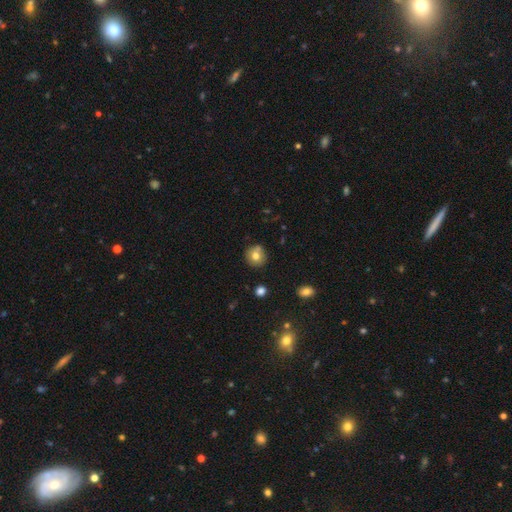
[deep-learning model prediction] Smooth or featured?
  - smooth: 74% *
  - featured or disk: 15%
  - star or artifact: 11%
How rounded?
  - round: 91% *
  - in between: 8%
  - cigar-shaped: 1%
Merging?
  - none: 80% *
  - minor disturbance: 12%
  - merger: 5%
  - major disturbance: 3%